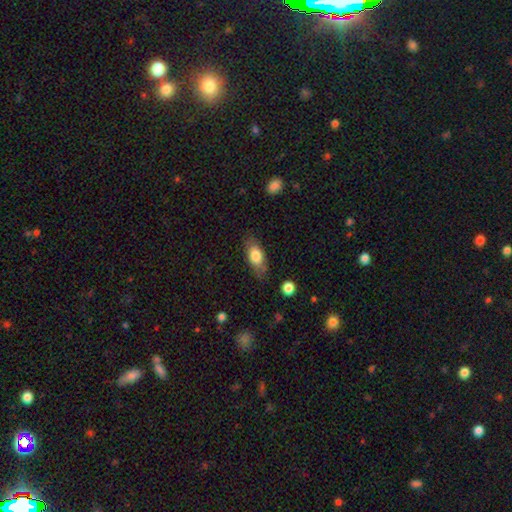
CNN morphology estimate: Smooth or featured? smooth (76%)
How rounded? in between (83%)
Merging? none (73%)